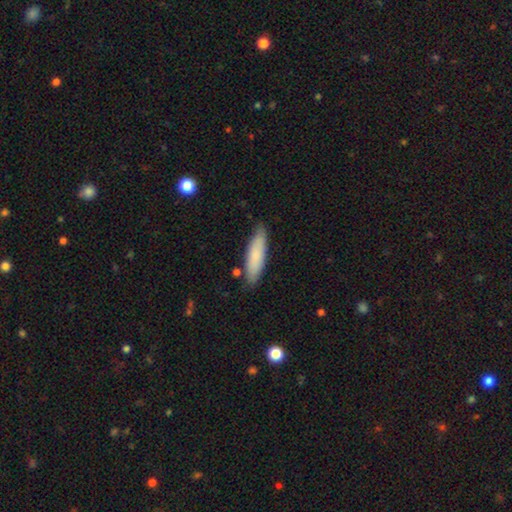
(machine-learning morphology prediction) Smooth or featured? Predicted: smooth (p=0.80). How rounded? Predicted: cigar-shaped (p=0.66). Merging? Predicted: none (p=0.81).